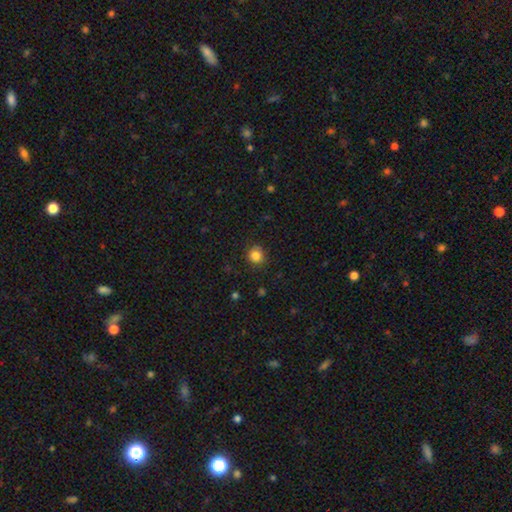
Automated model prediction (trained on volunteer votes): smooth_or_featured: smooth (p=0.83) [alt: star or artifact p=0.11]
how_rounded: round (p=0.87) [alt: in between p=0.12]
merging: none (p=0.86) [alt: minor disturbance p=0.11]